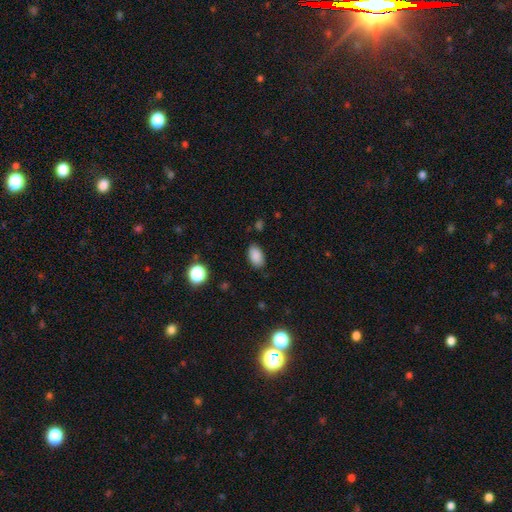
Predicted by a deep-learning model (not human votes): A smooth galaxy with no disk features (87%) that is in between round and cigar-shaped (92%).

Vote fractions:
- Smooth or featured? smooth: 87% / star or artifact: 9% / featured or disk: 4%
- How rounded? in between: 92% / round: 7% / cigar-shaped: 2%
- Merging? none: 83% / minor disturbance: 12% / major disturbance: 3% / merger: 1%